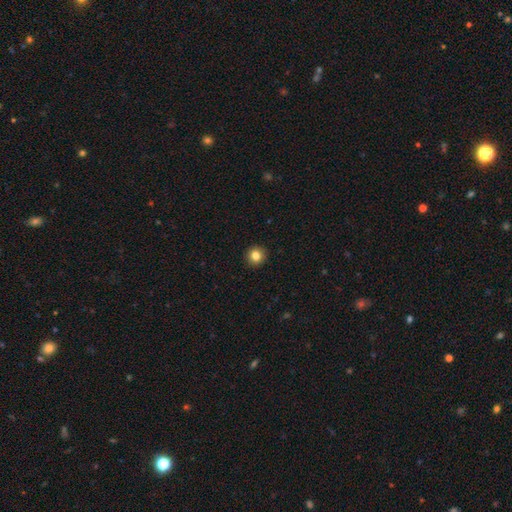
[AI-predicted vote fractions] smooth_or_featured: smooth (p=0.83) [alt: star or artifact p=0.11]
how_rounded: round (p=0.94) [alt: in between p=0.05]
merging: none (p=0.93) [alt: minor disturbance p=0.04]